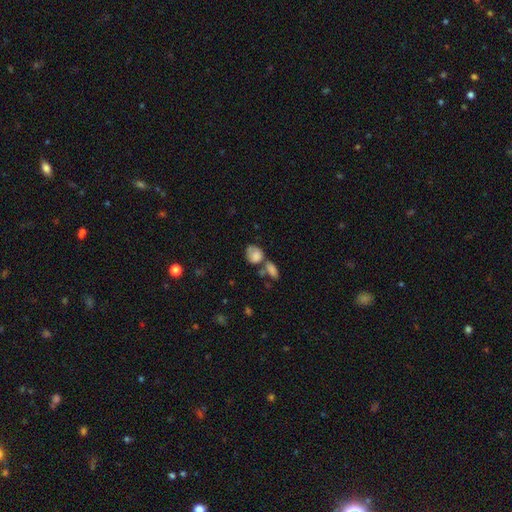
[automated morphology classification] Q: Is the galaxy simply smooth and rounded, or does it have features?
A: smooth — 79%.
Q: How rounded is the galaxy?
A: in between — 57%.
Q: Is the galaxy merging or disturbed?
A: merger — 41%.